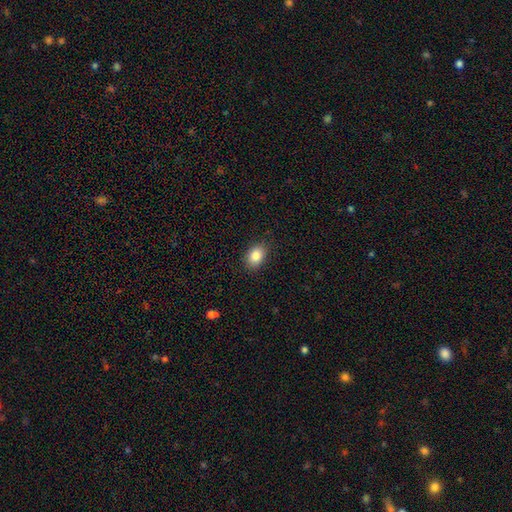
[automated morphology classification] Smooth or featured? smooth (86%)
How rounded? in between (80%)
Merging? none (87%)